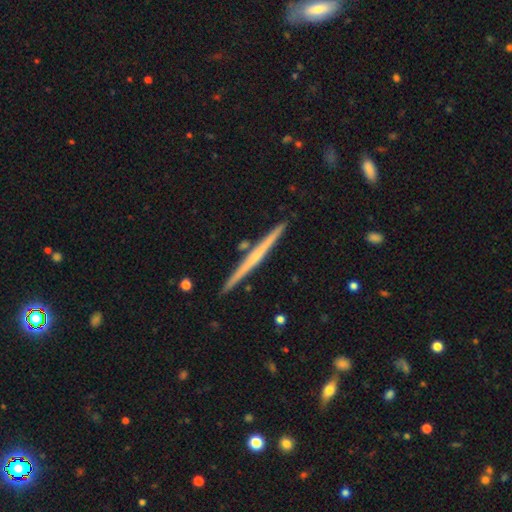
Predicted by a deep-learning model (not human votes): smooth-or-featured: featured or disk: 64% | smooth: 31% | star or artifact: 5%
  disk-edge-on: yes: 98% | no: 2%
    edge-on-bulge: none: 69% | rounded: 26% | boxy: 5%
  merging: none: 91% | minor disturbance: 6% | merger: 2% | major disturbance: 1%